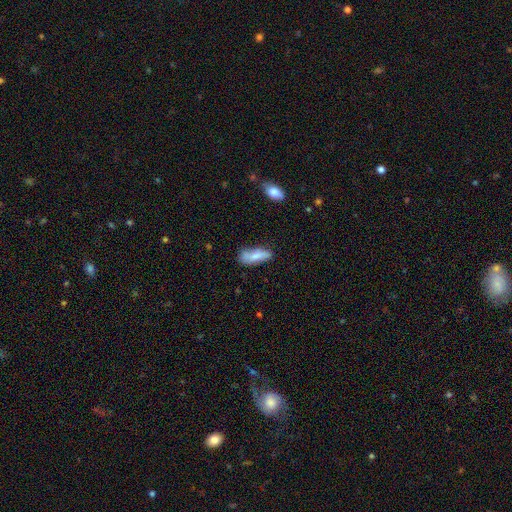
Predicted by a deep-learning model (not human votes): smooth_or_featured: smooth (p=0.77) [alt: featured or disk p=0.17]
how_rounded: in between (p=0.62) [alt: cigar-shaped p=0.36]
merging: none (p=0.61) [alt: minor disturbance p=0.27]